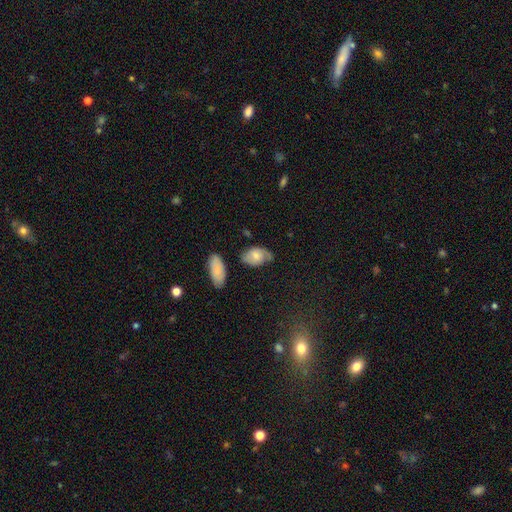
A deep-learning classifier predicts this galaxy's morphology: smooth_or_featured: smooth (p=0.61) [alt: featured or disk p=0.32]
how_rounded: in between (p=0.89) [alt: round p=0.09]
merging: none (p=0.49) [alt: minor disturbance p=0.35]